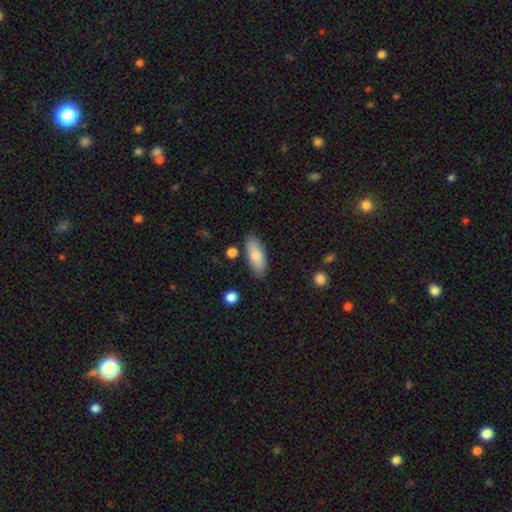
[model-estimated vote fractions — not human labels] Q: Smooth or featured?
A: smooth (84%); runner-up: featured or disk (10%)
Q: How rounded?
A: in between (74%); runner-up: cigar-shaped (24%)
Q: Merging?
A: none (82%); runner-up: minor disturbance (12%)